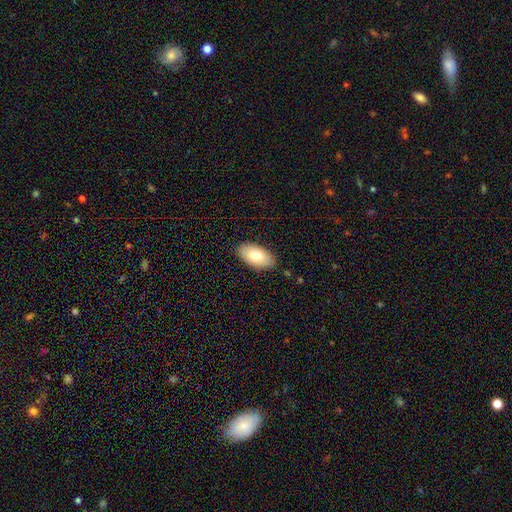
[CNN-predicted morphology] A smooth galaxy with no disk features (78%) that is in between round and cigar-shaped (95%).

Vote fractions:
- Smooth or featured? smooth: 78% / featured or disk: 15% / star or artifact: 6%
- How rounded? in between: 95% / round: 3% / cigar-shaped: 2%
- Merging? none: 86% / minor disturbance: 11% / major disturbance: 2% / merger: 1%